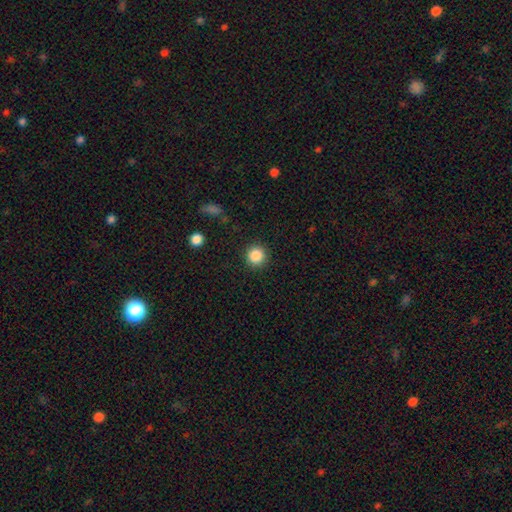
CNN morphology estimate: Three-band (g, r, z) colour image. It shows a smooth galaxy with no disk features (86%) that is round (94%). Merging: none (91%).